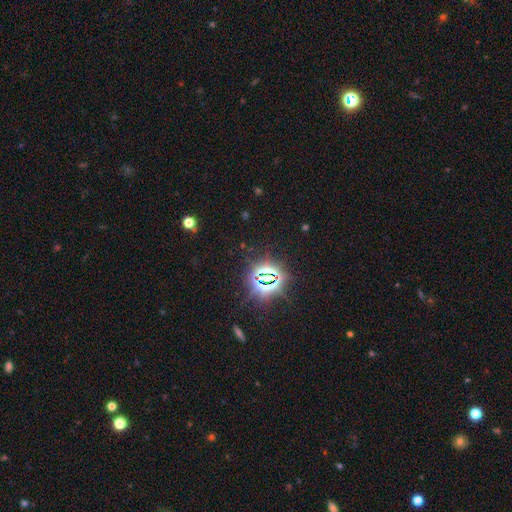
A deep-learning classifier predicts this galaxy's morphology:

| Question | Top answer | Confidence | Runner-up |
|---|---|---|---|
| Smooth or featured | star or artifact | 80% | smooth (12%) |